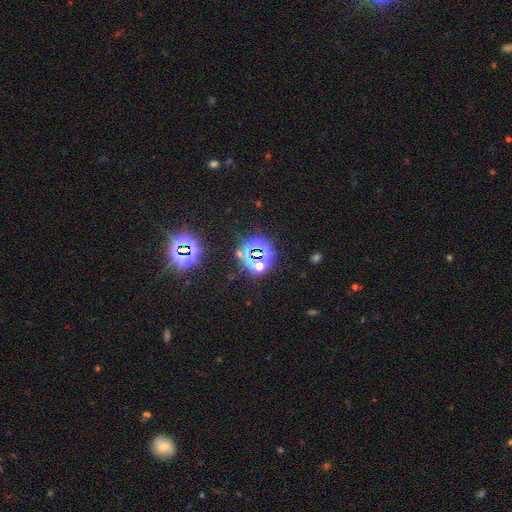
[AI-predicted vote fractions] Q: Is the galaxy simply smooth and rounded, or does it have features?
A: star or artifact — 74%.